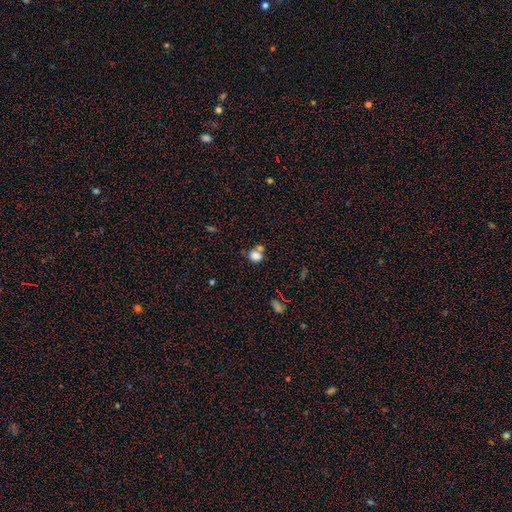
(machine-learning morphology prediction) Smooth or featured? smooth (78%)
How rounded? round (61%)
Merging? none (49%)